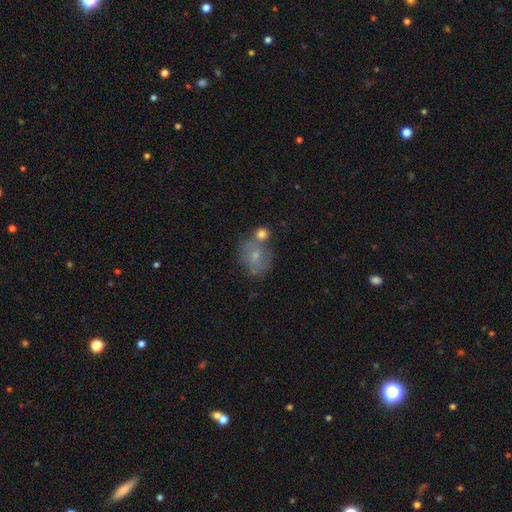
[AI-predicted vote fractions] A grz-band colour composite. It shows a smooth galaxy with no disk features (65%) that is round (61%). Merging: none (45%).